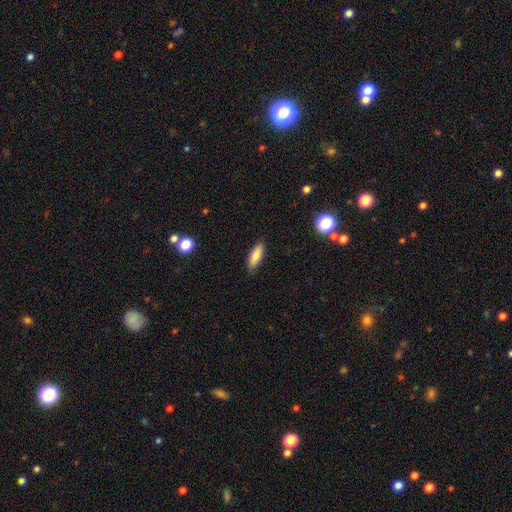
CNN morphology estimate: This is clearly a smooth galaxy (84%). How rounded: likely in between (61%). Merging: clearly none (86%).